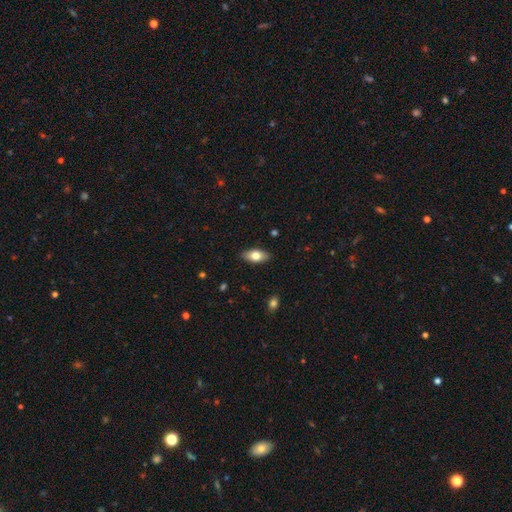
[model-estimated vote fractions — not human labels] smooth_or_featured: smooth (p=0.74) [alt: featured or disk p=0.19]
how_rounded: in between (p=0.89) [alt: cigar-shaped p=0.08]
merging: none (p=0.88) [alt: minor disturbance p=0.09]